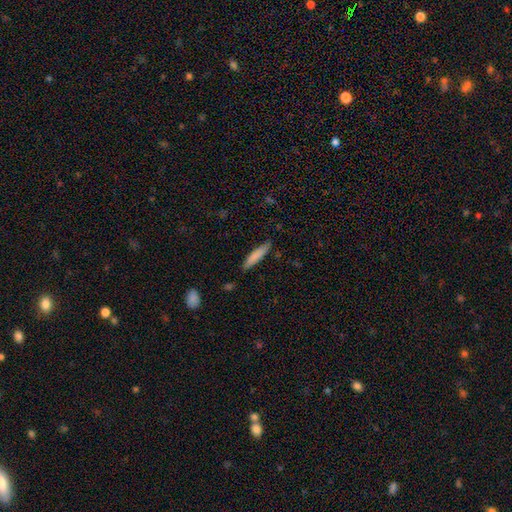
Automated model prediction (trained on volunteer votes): This appears to be a smooth galaxy with no disk features (80%) that is cigar-shaped (87%). Merging: none (83%).